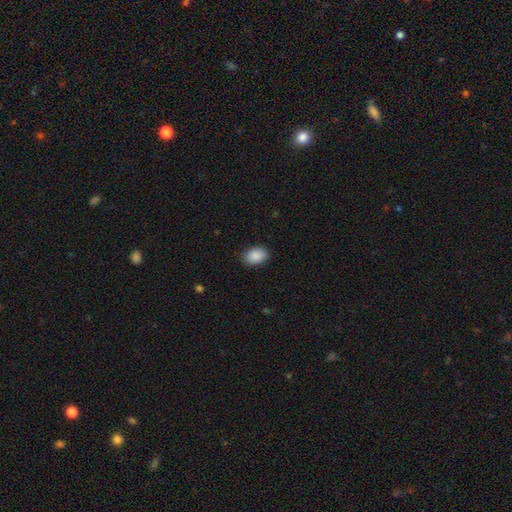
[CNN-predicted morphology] smooth-or-featured: smooth: 90% | star or artifact: 7% | featured or disk: 3%
  how-rounded: in between: 84% | round: 15% | cigar-shaped: 1%
  merging: none: 88% | minor disturbance: 9% | major disturbance: 2% | merger: 1%